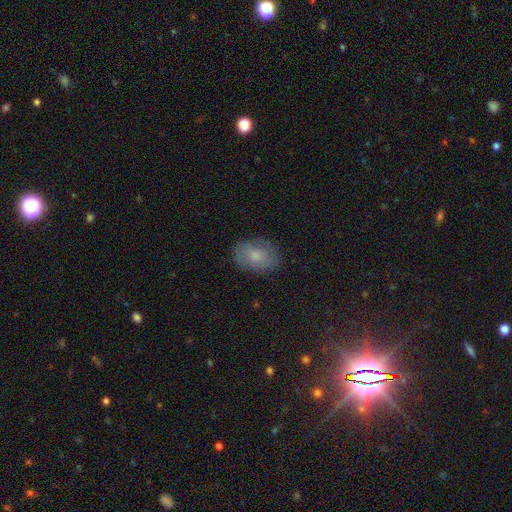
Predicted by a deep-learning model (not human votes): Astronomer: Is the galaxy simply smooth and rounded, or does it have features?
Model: smooth — 72%.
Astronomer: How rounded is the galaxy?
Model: in between — 80%.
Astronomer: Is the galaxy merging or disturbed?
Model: none — 81%.